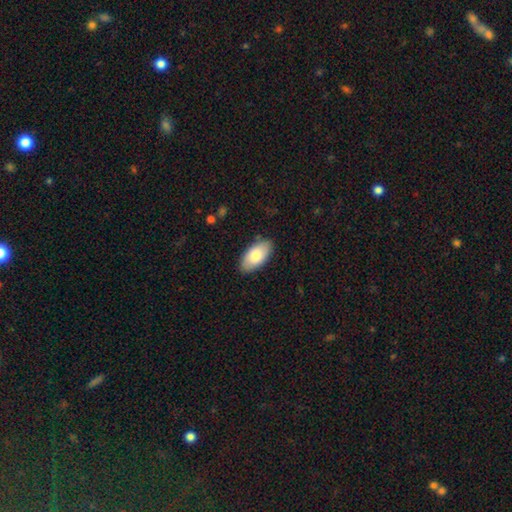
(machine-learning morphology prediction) type=smooth (80%); roundness=in between (95%); merging=none (86%).